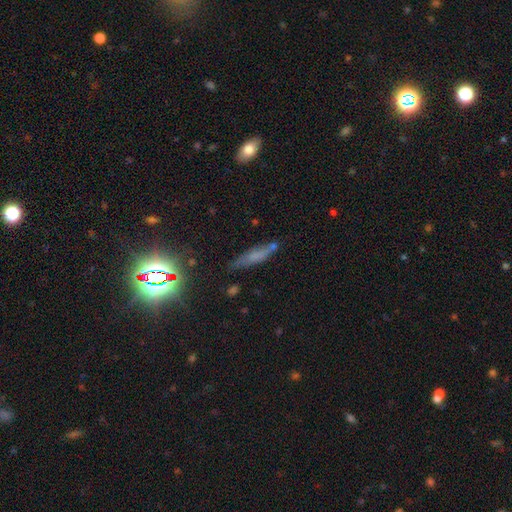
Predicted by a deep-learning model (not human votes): A smooth galaxy with no disk features (52%) that is cigar-shaped (76%).

Vote fractions:
- Smooth or featured? smooth: 52% / featured or disk: 30% / star or artifact: 18%
- How rounded? cigar-shaped: 76% / in between: 21% / round: 3%
- Merging? none: 67% / minor disturbance: 20% / merger: 7% / major disturbance: 6%